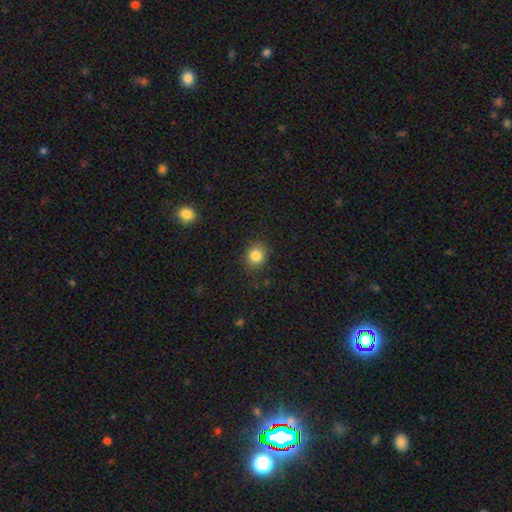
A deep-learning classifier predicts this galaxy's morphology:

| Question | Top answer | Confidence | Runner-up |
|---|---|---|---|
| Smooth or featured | smooth | 84% | star or artifact (11%) |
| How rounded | round | 78% | in between (21%) |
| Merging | none | 86% | minor disturbance (10%) |